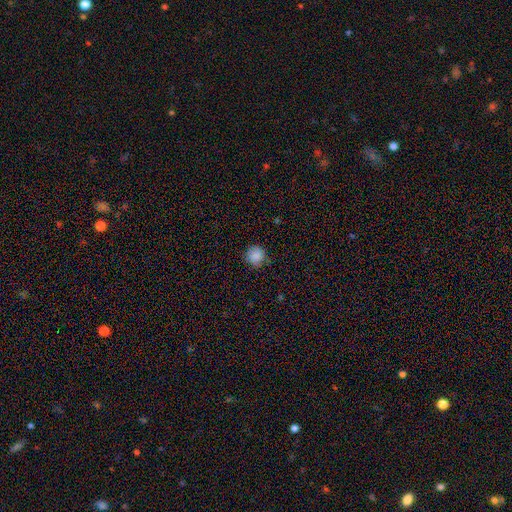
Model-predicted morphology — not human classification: smooth_or_featured: smooth (p=0.85) [alt: star or artifact p=0.09]
how_rounded: round (p=0.91) [alt: in between p=0.08]
merging: none (p=0.80) [alt: minor disturbance p=0.15]